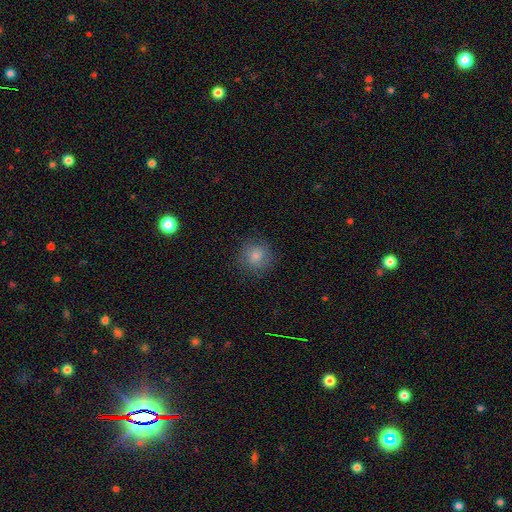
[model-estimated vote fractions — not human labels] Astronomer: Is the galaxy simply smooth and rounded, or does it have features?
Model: smooth — 70%.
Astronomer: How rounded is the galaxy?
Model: round — 92%.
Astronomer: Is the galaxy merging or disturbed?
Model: none — 84%.